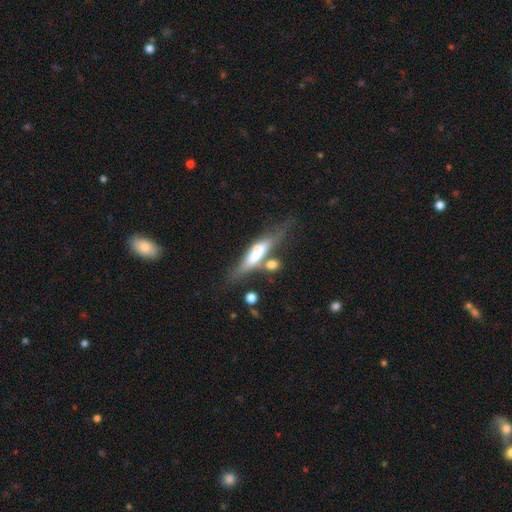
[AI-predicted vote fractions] A featured or disk galaxy (50%) viewed edge-on (78%).

Vote fractions:
- Smooth or featured? featured or disk: 50% / smooth: 42% / star or artifact: 8%
- Edge-on disk? yes: 78% / no: 22%
- Merging? none: 47% / merger: 24% / minor disturbance: 19% / major disturbance: 11%